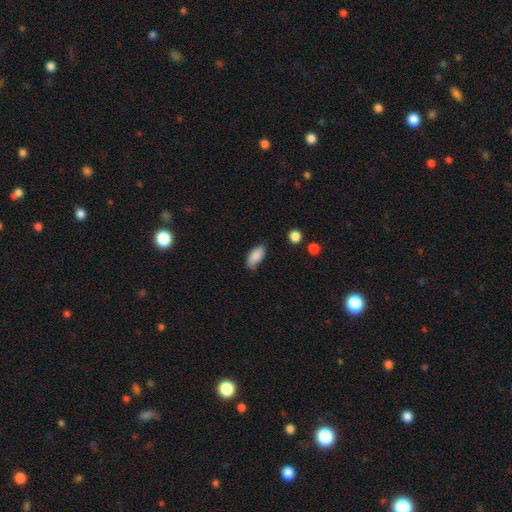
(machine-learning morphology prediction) A smooth galaxy with no disk features (87%) that is in between round and cigar-shaped (90%).

Vote fractions:
- Smooth or featured? smooth: 87% / star or artifact: 7% / featured or disk: 6%
- How rounded? in between: 90% / cigar-shaped: 8% / round: 2%
- Merging? none: 72% / minor disturbance: 22% / major disturbance: 4% / merger: 2%